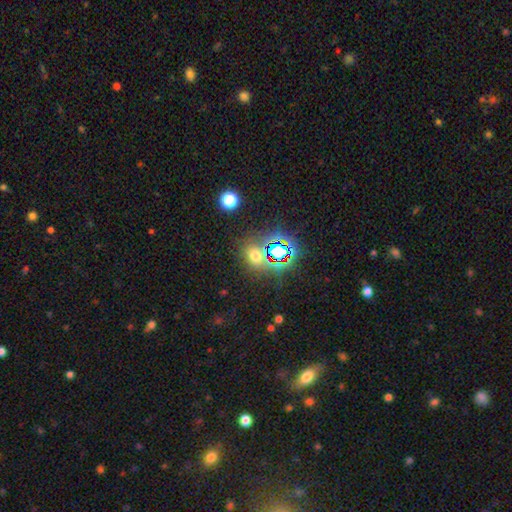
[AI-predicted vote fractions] smooth 48%, star or artifact 44%, featured or disk 8%. Down the decision tree: merging — none (71%).